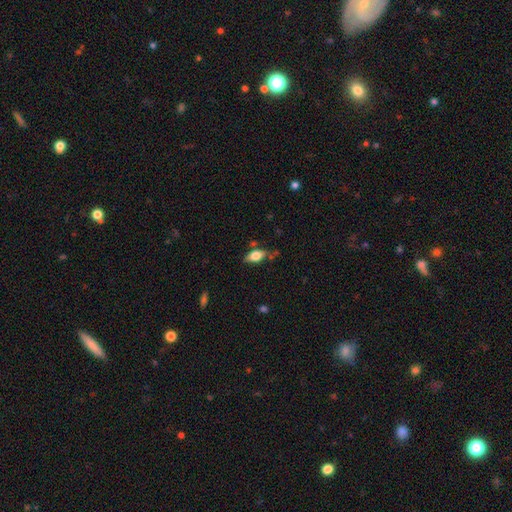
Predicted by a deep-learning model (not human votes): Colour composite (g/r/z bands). It shows a smooth galaxy with no disk features (72%) that is in between round and cigar-shaped (85%). Merging: none (70%).